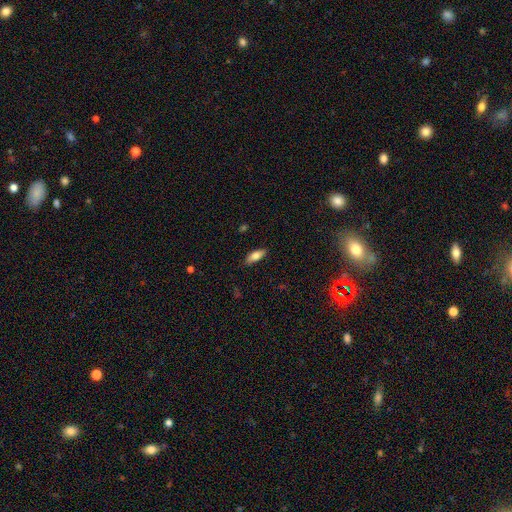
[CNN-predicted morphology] smooth-or-featured: smooth: 76% | featured or disk: 17% | star or artifact: 7%
  how-rounded: in between: 77% | cigar-shaped: 21% | round: 2%
  merging: none: 87% | minor disturbance: 10% | major disturbance: 2% | merger: 1%